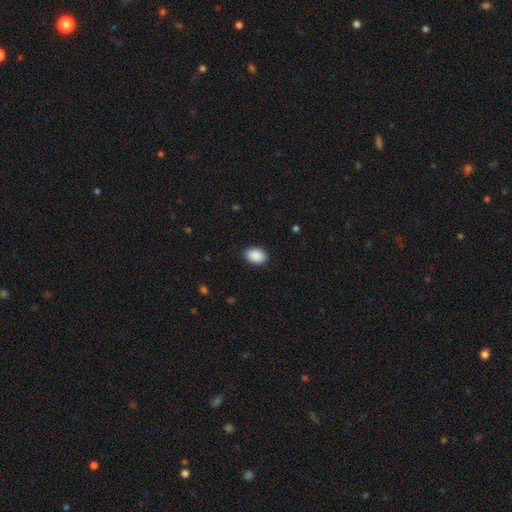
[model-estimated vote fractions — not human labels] Morphology: type=smooth (90%); roundness=in between (86%); merging=none (88%).